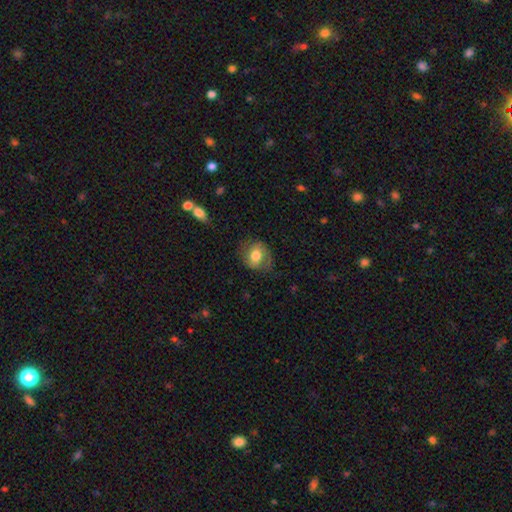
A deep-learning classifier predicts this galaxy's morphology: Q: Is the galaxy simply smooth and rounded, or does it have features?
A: smooth — 66%.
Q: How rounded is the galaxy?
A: round — 57%.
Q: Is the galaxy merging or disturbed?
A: none — 66%.